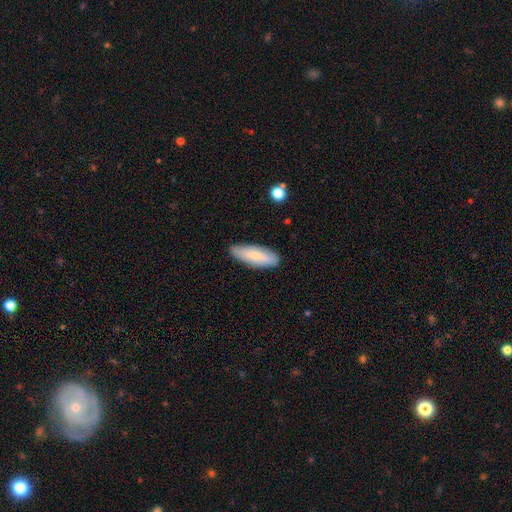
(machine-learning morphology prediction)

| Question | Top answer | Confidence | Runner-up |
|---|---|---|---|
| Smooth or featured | smooth | 71% | featured or disk (23%) |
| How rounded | in between | 67% | cigar-shaped (32%) |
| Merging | none | 83% | minor disturbance (14%) |